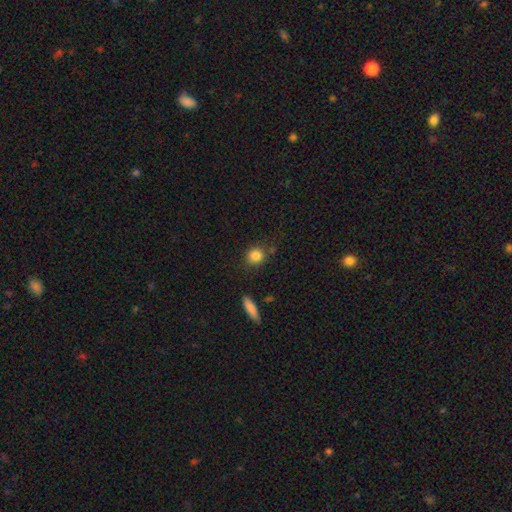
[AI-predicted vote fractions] Q: Smooth or featured?
A: smooth (85%); runner-up: star or artifact (9%)
Q: How rounded?
A: round (83%); runner-up: in between (15%)
Q: Merging?
A: none (78%); runner-up: minor disturbance (13%)